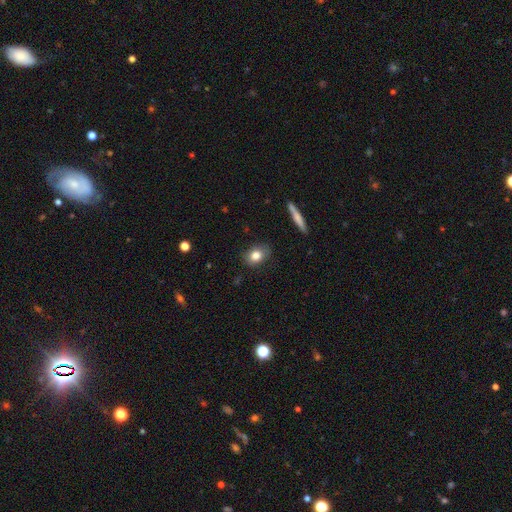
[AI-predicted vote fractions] This is clearly a smooth galaxy (80%). How rounded: likely in between (64%). Merging: clearly none (81%).